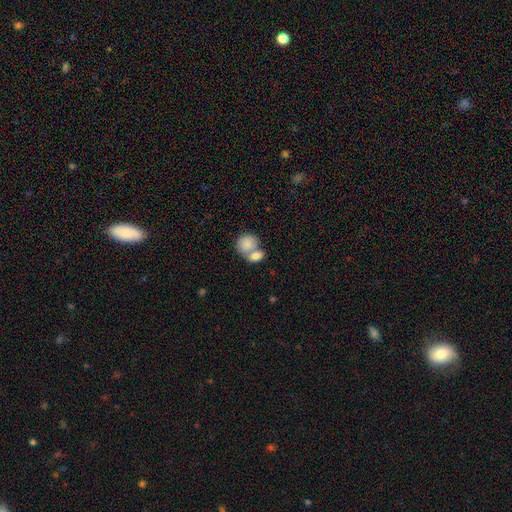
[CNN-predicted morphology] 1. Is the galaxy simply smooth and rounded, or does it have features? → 82% smooth, 11% featured or disk, 7% star or artifact.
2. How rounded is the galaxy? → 57% in between, 41% round, 2% cigar-shaped.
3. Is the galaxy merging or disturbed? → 61% merger, 28% none, 7% minor disturbance, 4% major disturbance.